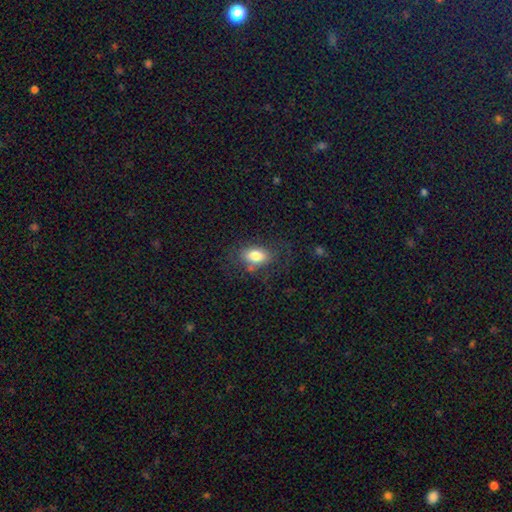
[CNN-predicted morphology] A smooth galaxy with no disk features (79%) that is in between round and cigar-shaped (85%). Merging: none (70%).